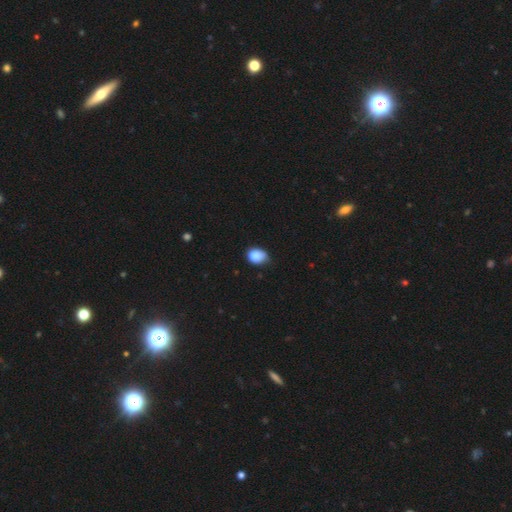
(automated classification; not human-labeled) smooth 87%, star or artifact 8%, featured or disk 5%. Down the decision tree: how rounded — in between (62%); merging — none (53%).